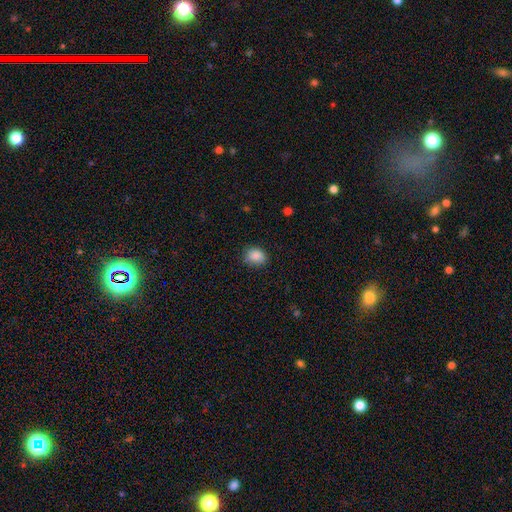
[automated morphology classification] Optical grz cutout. It shows a smooth galaxy with no disk features (88%) that is in between round and cigar-shaped (54%). Merging: none (82%).